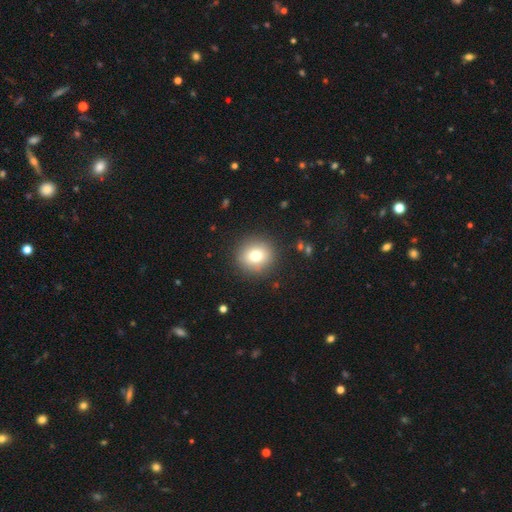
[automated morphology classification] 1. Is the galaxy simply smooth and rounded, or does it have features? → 75% smooth, 13% featured or disk, 12% star or artifact.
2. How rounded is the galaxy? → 91% round, 8% in between, 1% cigar-shaped.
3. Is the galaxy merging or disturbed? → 90% none, 6% minor disturbance, 3% major disturbance, 1% merger.